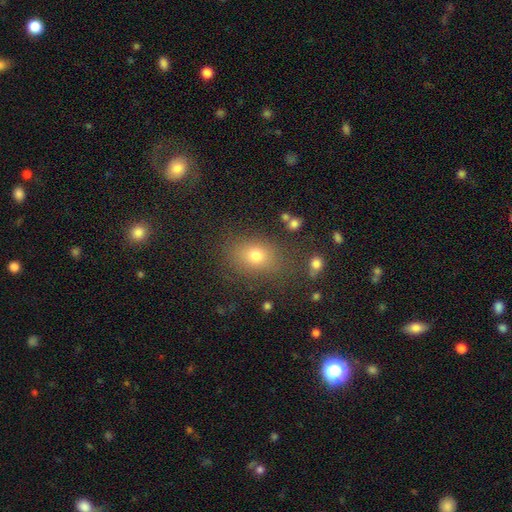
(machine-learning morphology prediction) Smooth or featured? smooth (73%)
How rounded? in between (61%)
Merging? none (79%)